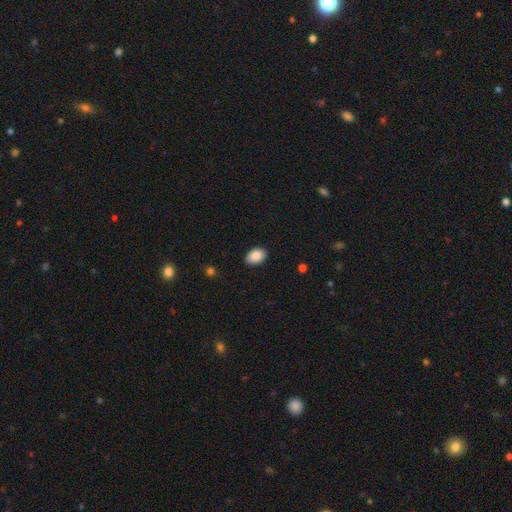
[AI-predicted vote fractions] smooth 89%, star or artifact 7%, featured or disk 4%. Down the decision tree: how rounded — in between (87%); merging — none (89%).